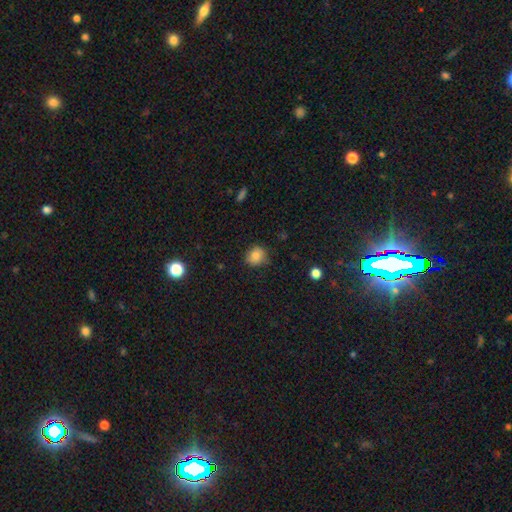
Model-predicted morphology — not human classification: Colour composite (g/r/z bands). It shows a smooth galaxy with no disk features (81%) that is round (76%). Merging: none (74%).